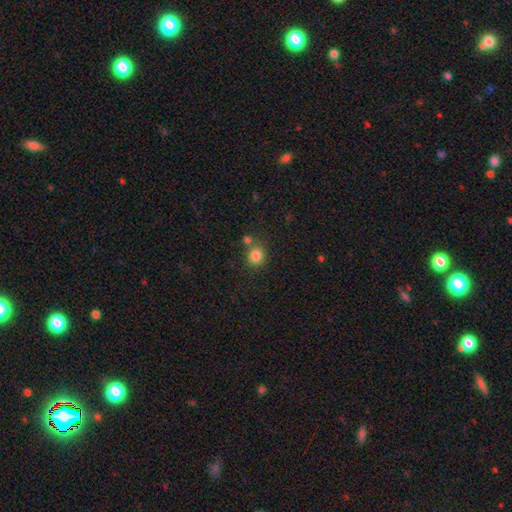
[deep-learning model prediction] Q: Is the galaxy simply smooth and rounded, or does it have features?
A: smooth — 83%.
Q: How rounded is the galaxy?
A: round — 82%.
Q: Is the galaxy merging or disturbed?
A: none — 70%.